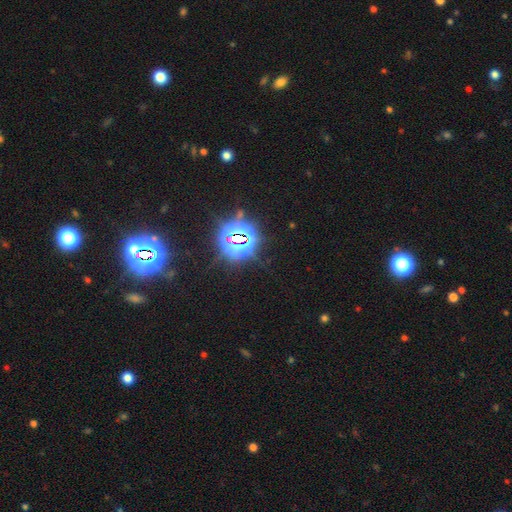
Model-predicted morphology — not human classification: The model was most divided on "smooth or featured": star or artifact: 83%, smooth: 11%, featured or disk: 6%.